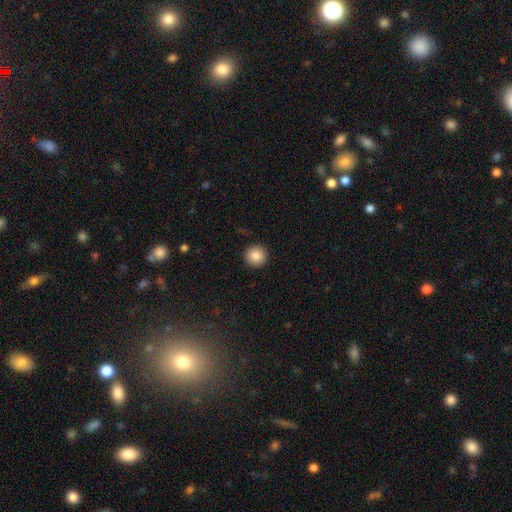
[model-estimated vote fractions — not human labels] Smooth or featured? smooth (86%)
How rounded? round (95%)
Merging? none (92%)